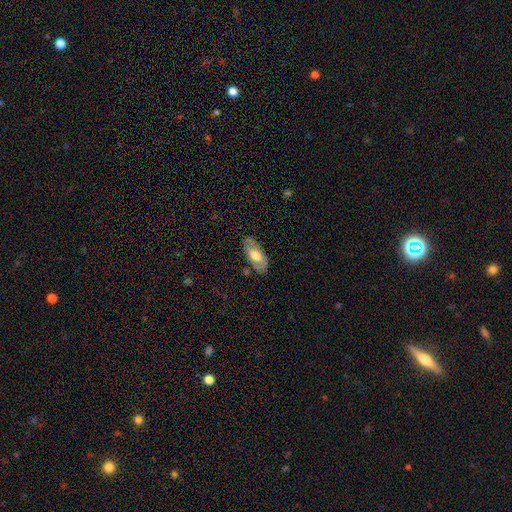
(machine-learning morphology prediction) This appears to be a smooth galaxy with no disk features (63%) that is in between round and cigar-shaped (88%). Merging: none (79%).